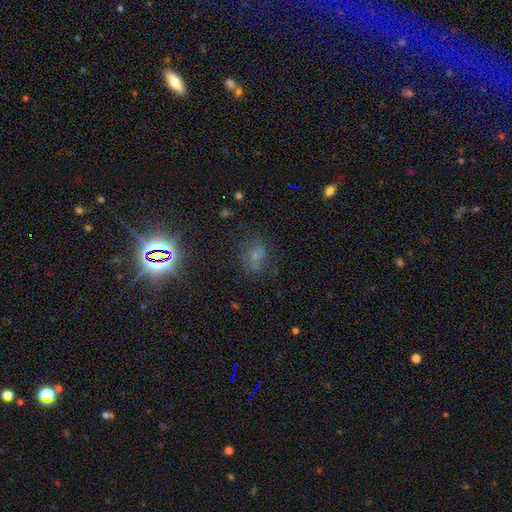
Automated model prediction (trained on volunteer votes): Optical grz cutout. It shows a smooth galaxy with no disk features (41%). Merging: none (59%).